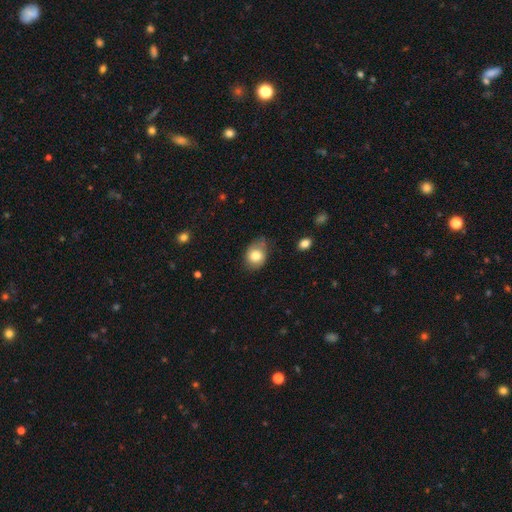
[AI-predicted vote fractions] Smooth or featured?
  - smooth: 79% *
  - featured or disk: 13%
  - star or artifact: 8%
How rounded?
  - in between: 56% *
  - round: 43%
  - cigar-shaped: 1%
Merging?
  - none: 57% *
  - minor disturbance: 33%
  - major disturbance: 8%
  - merger: 2%